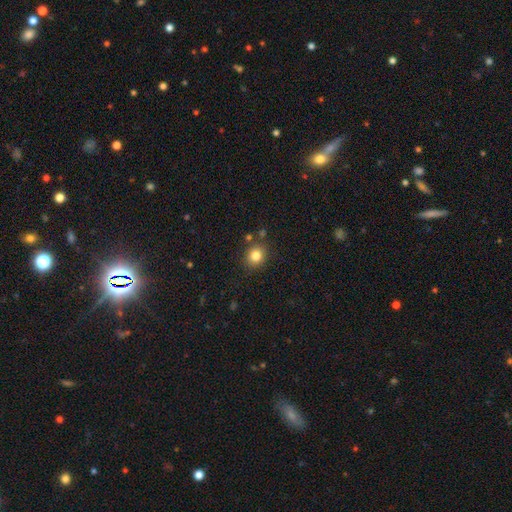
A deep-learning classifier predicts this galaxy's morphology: The model was most divided on "how rounded": round: 77%, in between: 22%, cigar-shaped: 1%. More confident: smooth or featured — smooth (82%); merging — none (82%).